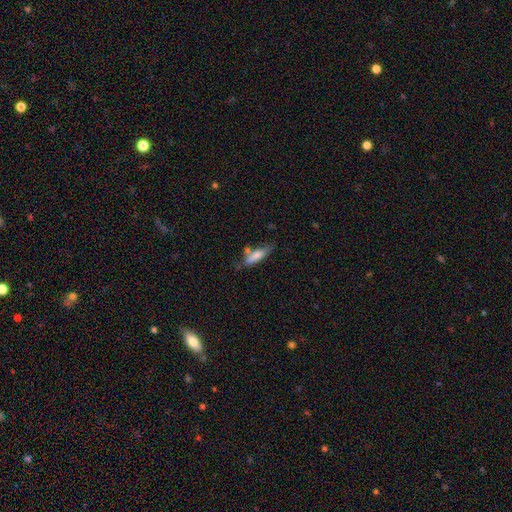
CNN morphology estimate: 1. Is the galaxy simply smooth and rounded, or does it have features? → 74% smooth, 19% featured or disk, 7% star or artifact.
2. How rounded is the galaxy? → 55% cigar-shaped, 43% in between, 2% round.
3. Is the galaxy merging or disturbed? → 52% none, 25% minor disturbance, 14% merger, 8% major disturbance.